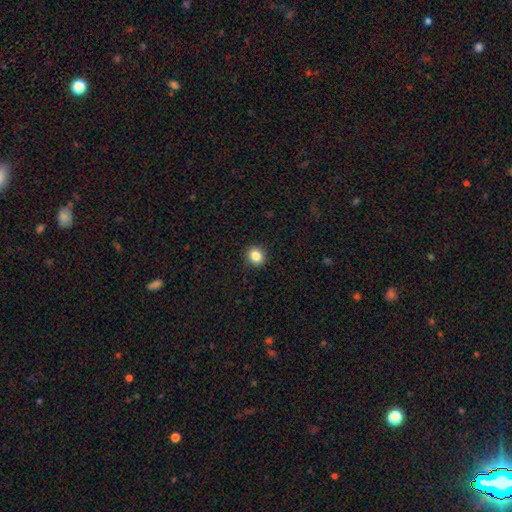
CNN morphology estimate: type=smooth (85%); roundness=round (79%); merging=none (90%).